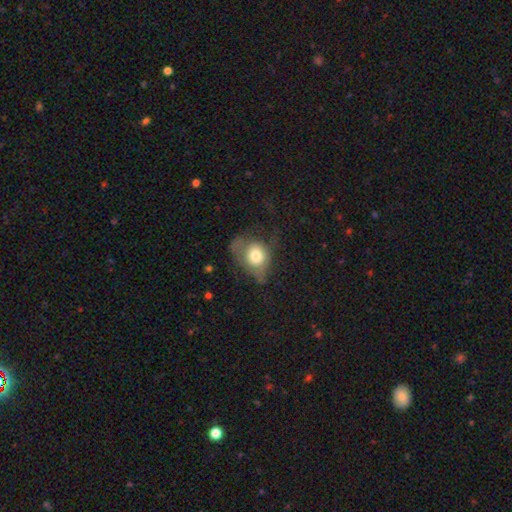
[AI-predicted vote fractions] Overall: smooth (67%). How rounded: in between (56%; round 43%). Merging: major disturbance (40%; minor disturbance 30%).